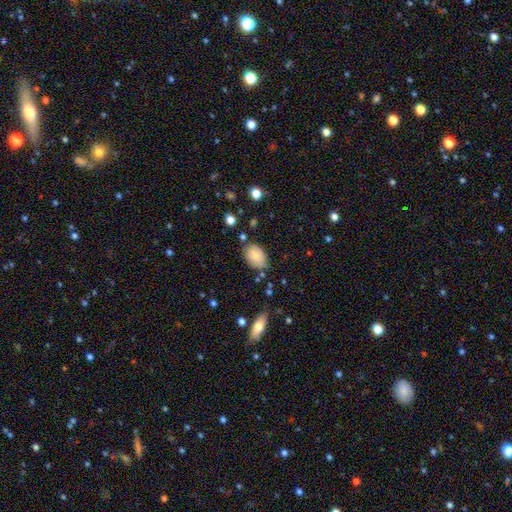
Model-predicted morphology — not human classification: A smooth galaxy with no disk features (77%) that is in between round and cigar-shaped (83%).

Vote fractions:
- Smooth or featured? smooth: 77% / featured or disk: 15% / star or artifact: 8%
- How rounded? in between: 83% / round: 16% / cigar-shaped: 1%
- Merging? none: 71% / minor disturbance: 21% / major disturbance: 4% / merger: 4%